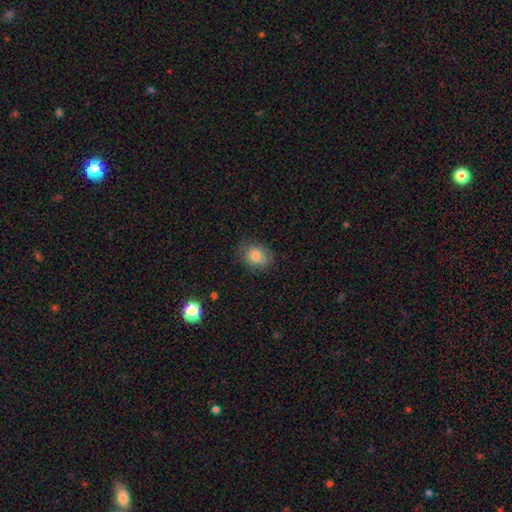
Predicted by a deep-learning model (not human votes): smooth_or_featured: smooth (p=0.80) [alt: featured or disk p=0.11]
how_rounded: in between (p=0.51) [alt: round p=0.48]
merging: none (p=0.73) [alt: minor disturbance p=0.20]